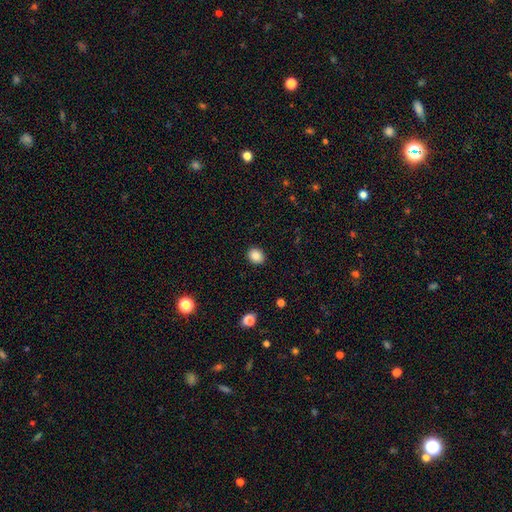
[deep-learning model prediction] The model was most divided on "how rounded": round: 56%, in between: 43%, cigar-shaped: 1%. More confident: merging — none (90%); smooth or featured — smooth (87%).